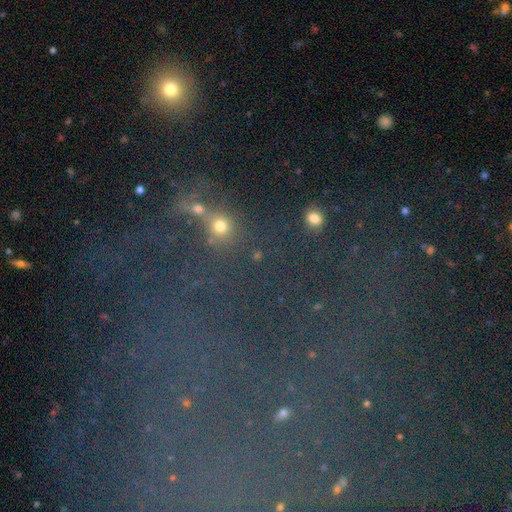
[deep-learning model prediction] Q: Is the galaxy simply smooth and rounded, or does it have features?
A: star or artifact — 57%.